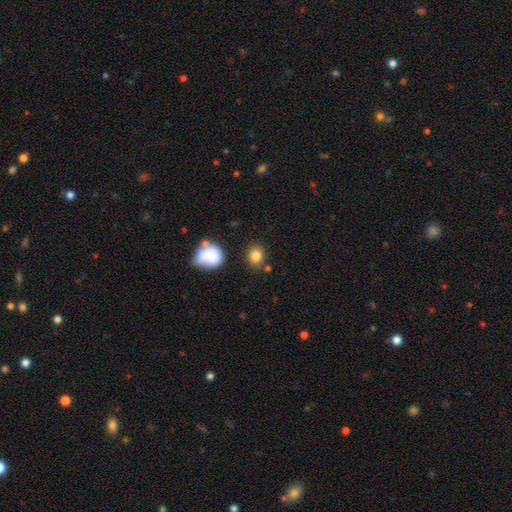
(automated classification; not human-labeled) A smooth galaxy with no disk features (83%) that is round (68%). Merging: none (78%).